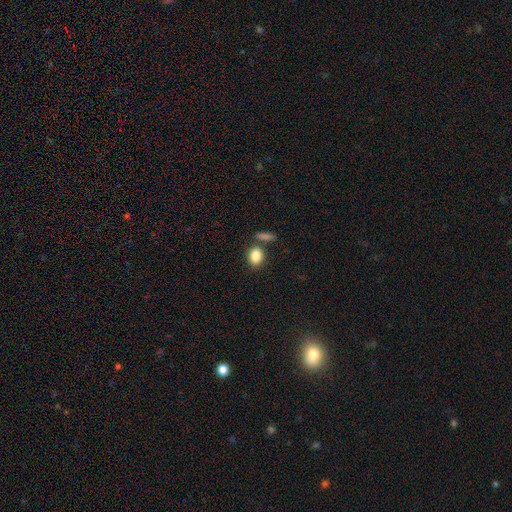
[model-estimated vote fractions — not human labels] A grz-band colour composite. It shows a smooth galaxy with no disk features (85%) that is in between round and cigar-shaped (64%). Merging: none (68%).